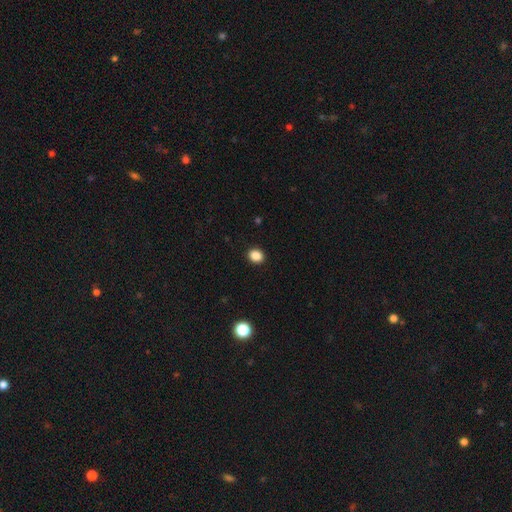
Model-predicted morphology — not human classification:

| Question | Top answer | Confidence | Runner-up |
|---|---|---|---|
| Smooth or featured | smooth | 87% | star or artifact (10%) |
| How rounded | round | 65% | in between (34%) |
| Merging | none | 92% | minor disturbance (6%) |